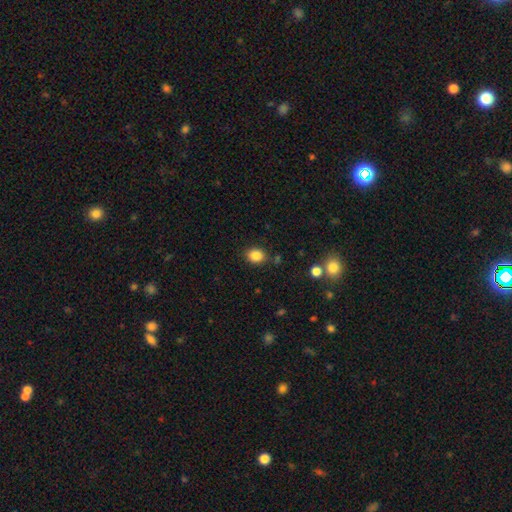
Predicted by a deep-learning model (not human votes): A smooth galaxy with no disk features (85%) that is round (52%). Merging: none (82%).